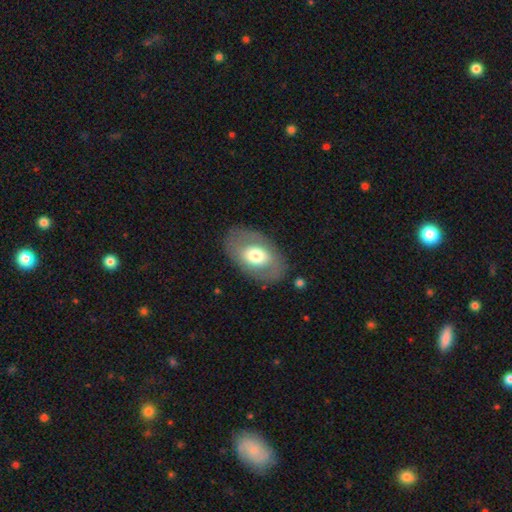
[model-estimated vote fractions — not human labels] Smooth or featured?
  - smooth: 55% *
  - featured or disk: 39%
  - star or artifact: 6%
How rounded?
  - in between: 87% *
  - round: 12%
  - cigar-shaped: 1%
Merging?
  - none: 81% *
  - minor disturbance: 12%
  - major disturbance: 6%
  - merger: 1%